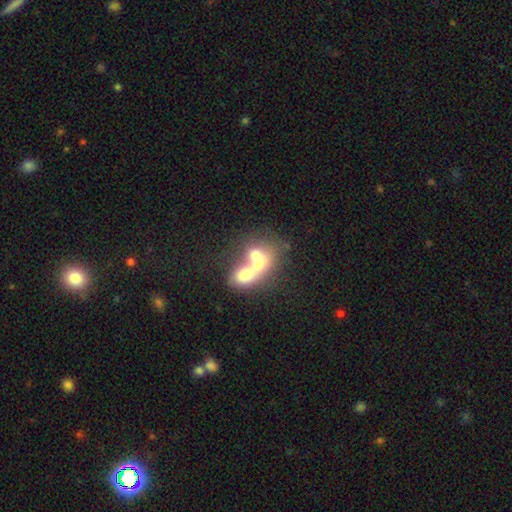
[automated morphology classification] The model was most divided on "how rounded": in between: 54%, round: 44%, cigar-shaped: 2%. More confident: merging — merger (75%); smooth or featured — smooth (56%).